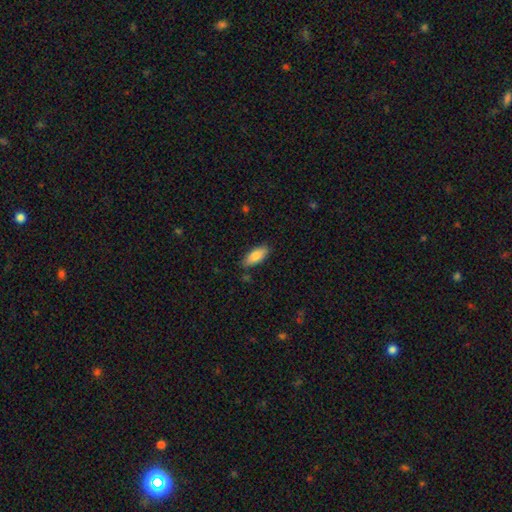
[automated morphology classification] A smooth galaxy with no disk features (83%) that is in between round and cigar-shaped (82%). Merging: none (84%).